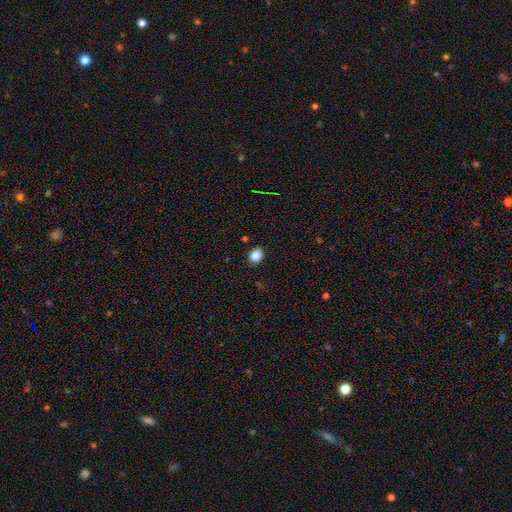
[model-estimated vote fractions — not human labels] This appears to be a smooth galaxy with no disk features (85%) that is round (57%). Merging: none (88%).